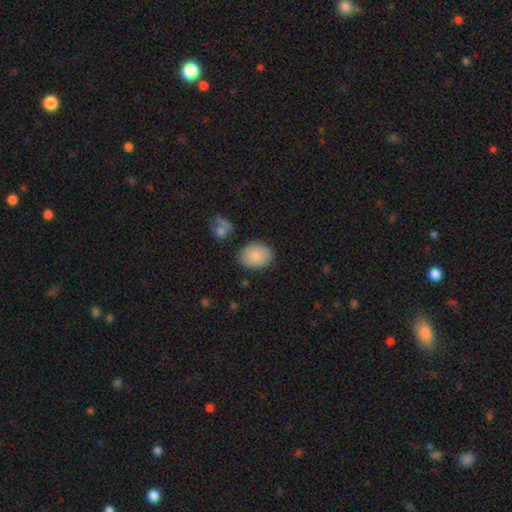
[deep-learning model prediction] Morphology: type=smooth (85%); roundness=in between (67%); merging=none (79%).